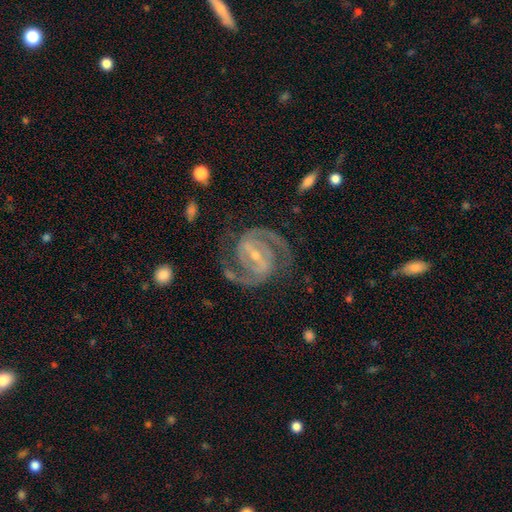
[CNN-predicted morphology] A featured or disk galaxy (93%) with a strong bar (57%), 2 (93%) medium (52%) spiral arms (98%) and a small central bulge (65%). Merging: none (80%).